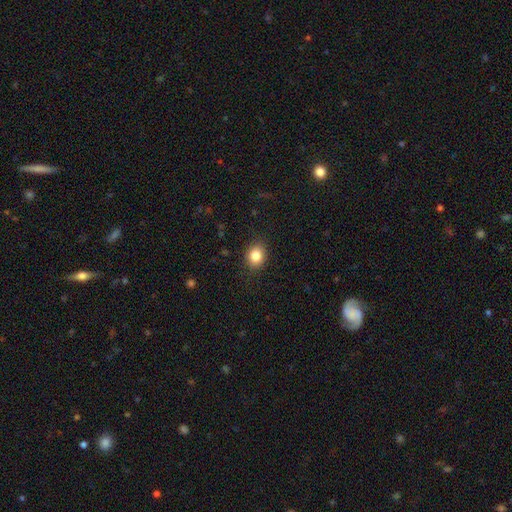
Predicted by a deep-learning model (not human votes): A smooth galaxy with no disk features (84%) that is round (56%).

Vote fractions:
- Smooth or featured? smooth: 84% / star or artifact: 10% / featured or disk: 6%
- How rounded? round: 56% / in between: 43% / cigar-shaped: 1%
- Merging? none: 87% / minor disturbance: 9% / major disturbance: 2% / merger: 1%